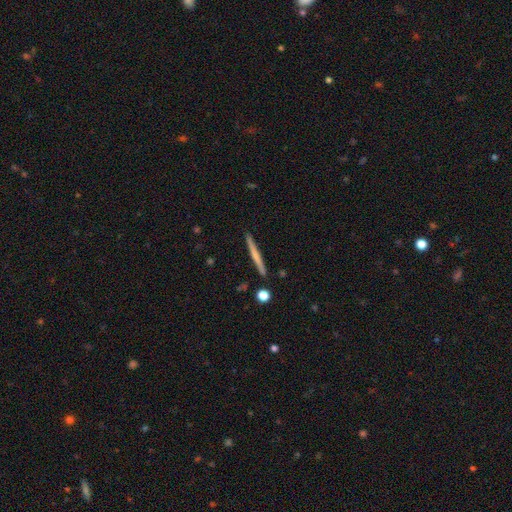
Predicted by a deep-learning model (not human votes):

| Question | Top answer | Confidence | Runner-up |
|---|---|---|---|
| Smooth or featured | smooth | 48% | featured or disk (46%) |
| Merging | none | 90% | minor disturbance (6%) |